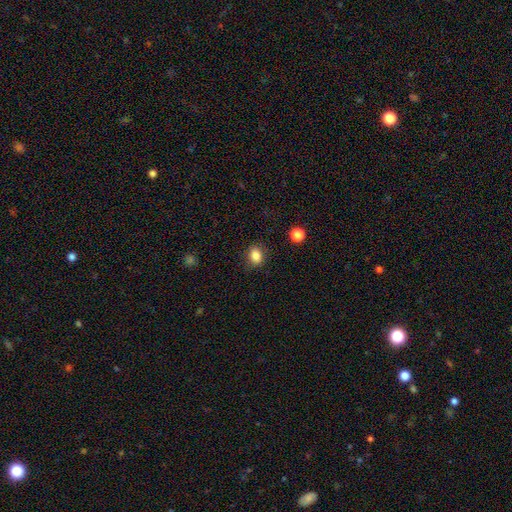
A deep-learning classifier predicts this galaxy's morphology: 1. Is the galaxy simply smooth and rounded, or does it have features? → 86% smooth, 10% star or artifact, 4% featured or disk.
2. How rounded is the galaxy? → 59% in between, 40% round, 1% cigar-shaped.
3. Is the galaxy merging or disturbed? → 84% none, 11% minor disturbance, 3% major disturbance, 1% merger.